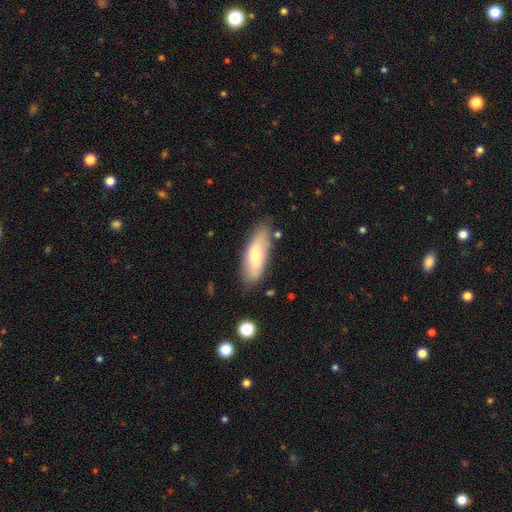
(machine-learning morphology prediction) Smooth or featured? Predicted: smooth (p=0.66). How rounded? Predicted: in between (p=0.69). Merging? Predicted: none (p=0.75).